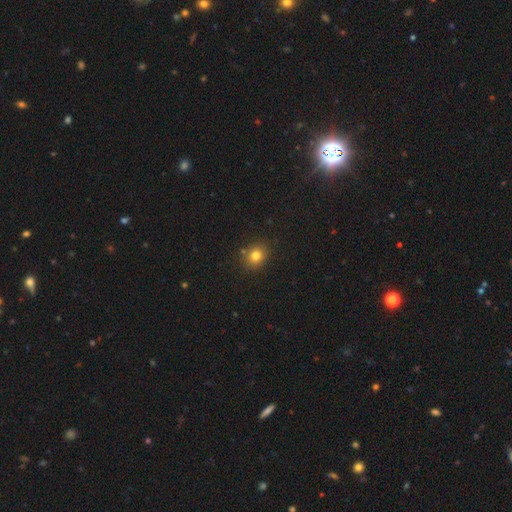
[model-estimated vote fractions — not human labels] smooth 79%, star or artifact 13%, featured or disk 7%. Down the decision tree: how rounded — round (71%); merging — none (84%).